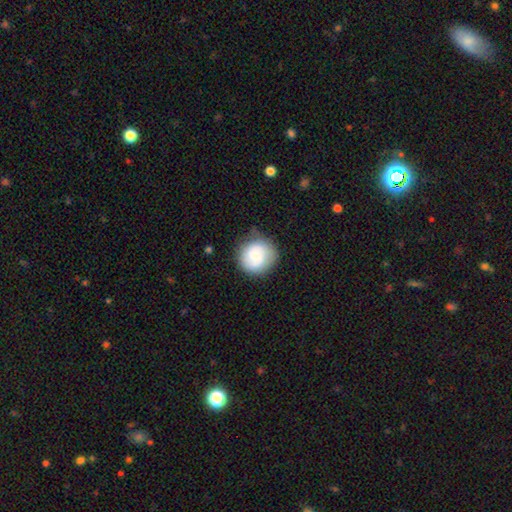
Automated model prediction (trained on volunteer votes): Q: Smooth or featured?
A: smooth (66%); runner-up: featured or disk (27%)
Q: How rounded?
A: round (89%); runner-up: in between (10%)
Q: Merging?
A: none (73%); runner-up: minor disturbance (19%)